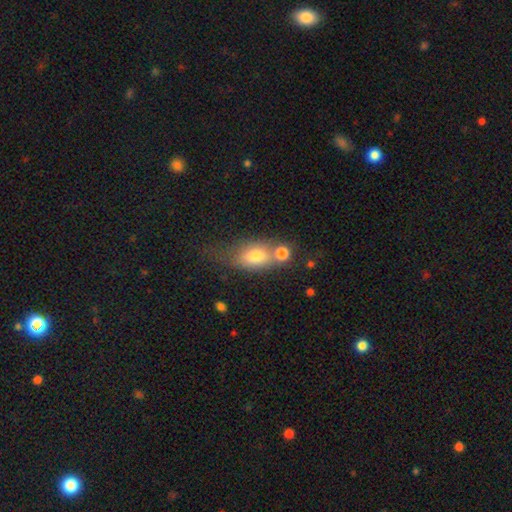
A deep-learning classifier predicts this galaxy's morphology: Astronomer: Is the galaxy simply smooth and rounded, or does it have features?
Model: smooth — 74%.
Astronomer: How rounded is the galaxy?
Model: in between — 78%.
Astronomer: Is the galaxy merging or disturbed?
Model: none — 39% (runner-up: merger, 34%).